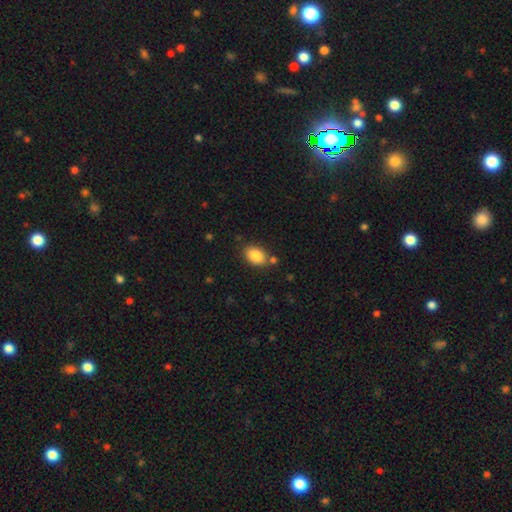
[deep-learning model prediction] This appears to be a smooth galaxy with no disk features (86%) that is in between round and cigar-shaped (85%). Merging: none (78%).